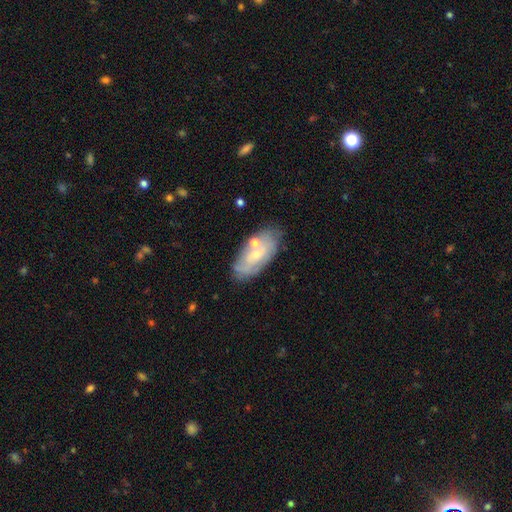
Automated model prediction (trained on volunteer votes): Morphology: type=featured or disk (54%); edge-on=no (89%); merging=none (66%).